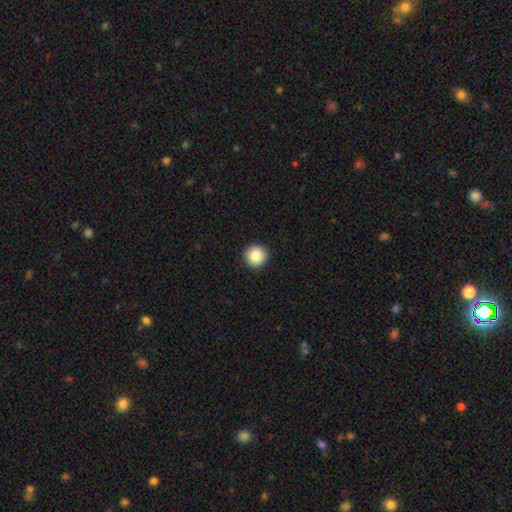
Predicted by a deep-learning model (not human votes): This appears to be a smooth galaxy with no disk features (86%) that is round (96%). Merging: none (93%).